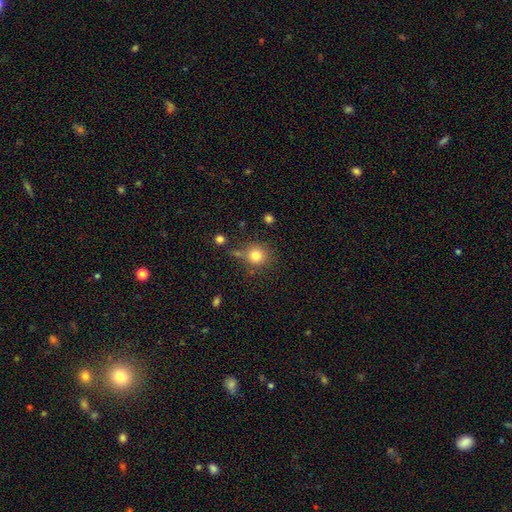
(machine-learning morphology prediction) type=smooth (80%); roundness=round (90%); merging=none (73%).